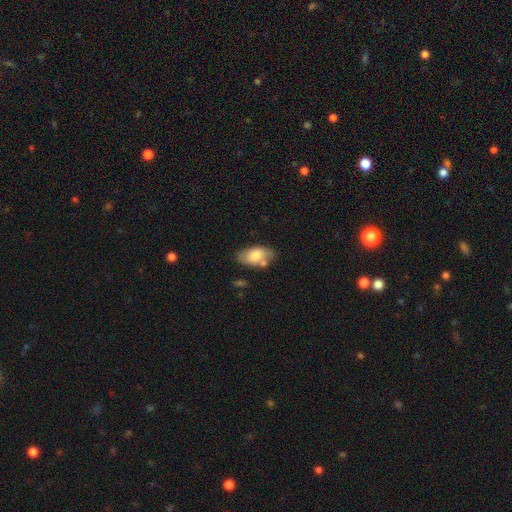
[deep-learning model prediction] smooth-or-featured: smooth: 74% | featured or disk: 20% | star or artifact: 7%
  how-rounded: in between: 93% | round: 5% | cigar-shaped: 3%
  merging: none: 61% | minor disturbance: 21% | merger: 13% | major disturbance: 5%